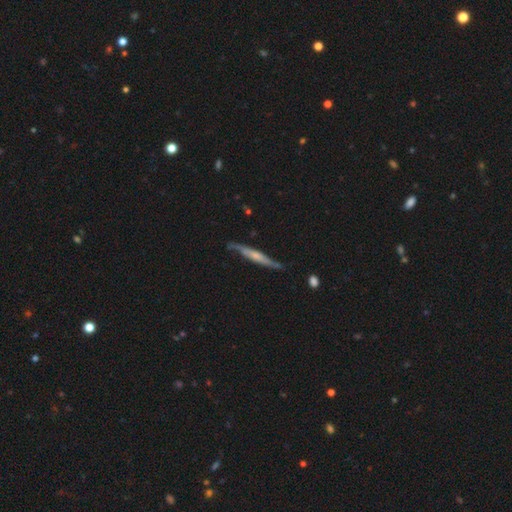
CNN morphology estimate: Smooth or featured: featured or disk — 64% (smooth — 31%)
Edge-on disk: yes — 81% (no — 19%)
Edge-on bulge: rounded — 45% (none — 38%)
Merging: none — 68% (minor disturbance — 24%)